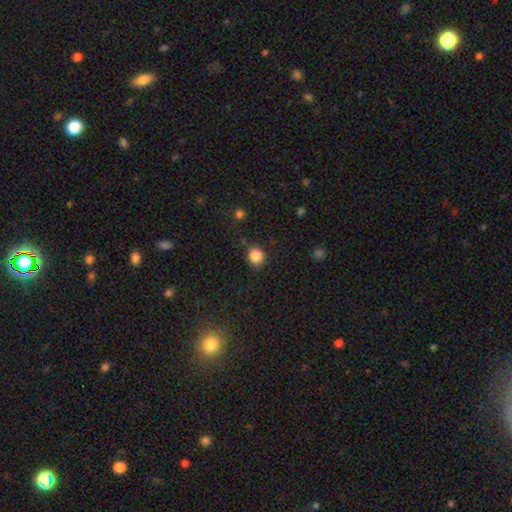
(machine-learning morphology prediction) smooth-or-featured: smooth: 86% | star or artifact: 10% | featured or disk: 4%
  how-rounded: round: 80% | in between: 19% | cigar-shaped: 1%
  merging: none: 82% | minor disturbance: 12% | major disturbance: 3% | merger: 2%